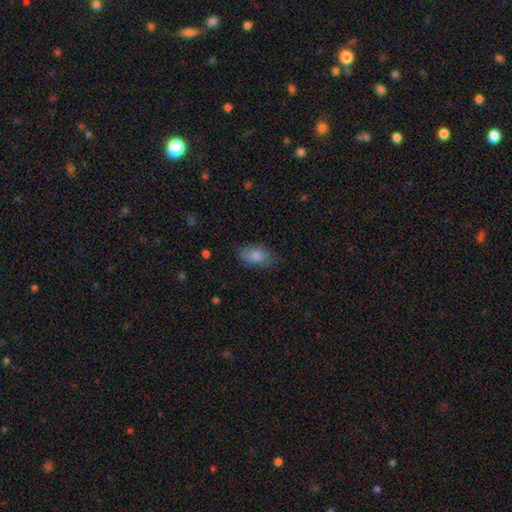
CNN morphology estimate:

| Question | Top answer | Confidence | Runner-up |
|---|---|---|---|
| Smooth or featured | smooth | 80% | featured or disk (12%) |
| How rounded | in between | 92% | round (5%) |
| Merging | none | 74% | minor disturbance (19%) |